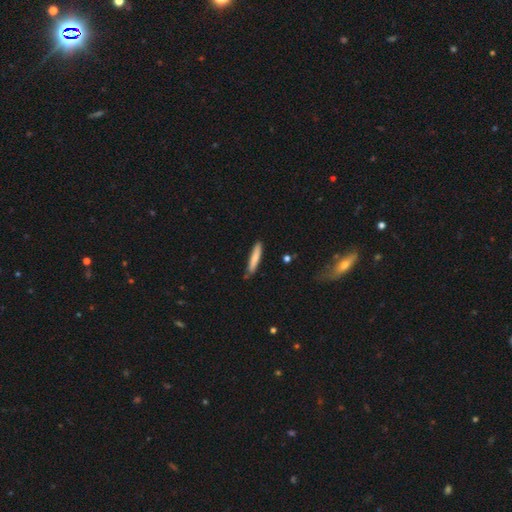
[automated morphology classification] Smooth or featured: smooth — 75% (featured or disk — 18%)
How rounded: cigar-shaped — 93% (in between — 5%)
Merging: none — 83% (minor disturbance — 13%)